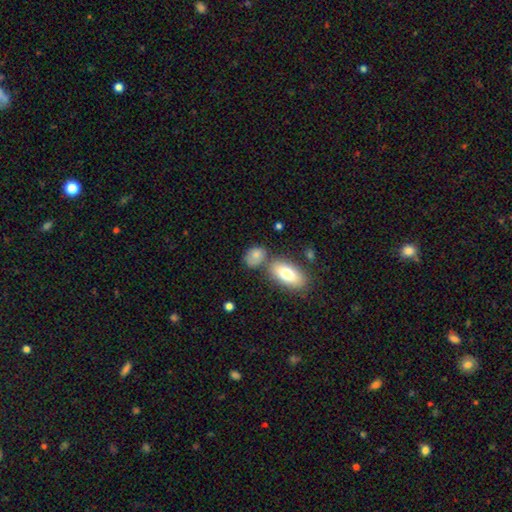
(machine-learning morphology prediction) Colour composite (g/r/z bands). It shows a smooth galaxy with no disk features (81%) that is in between round and cigar-shaped (72%). Merging: none (54%).